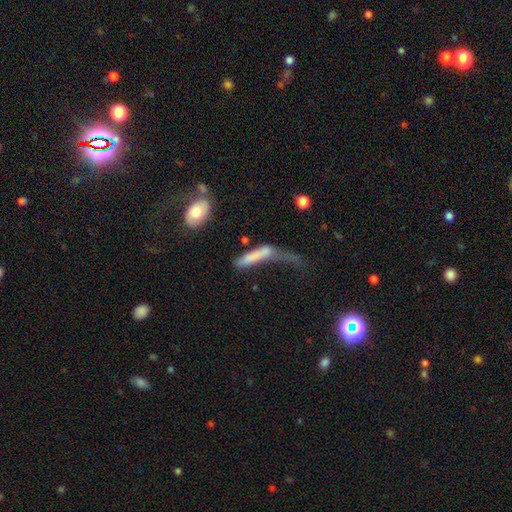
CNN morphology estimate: Smooth or featured? Predicted: smooth (p=0.66). How rounded? Predicted: cigar-shaped (p=0.73). Merging? Predicted: major disturbance (p=0.42).